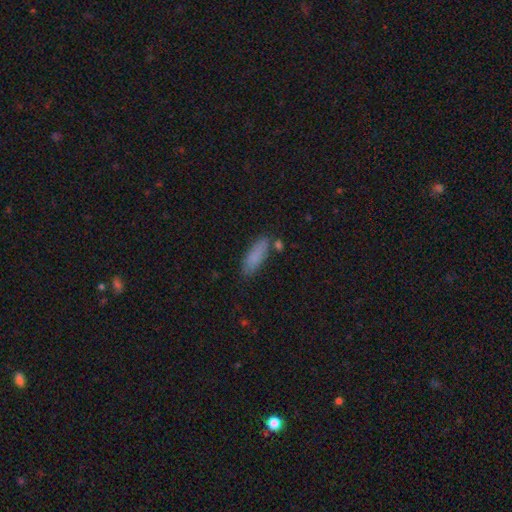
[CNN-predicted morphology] This appears to be a smooth galaxy with no disk features (84%) that is in between round and cigar-shaped (56%). Merging: none (75%).